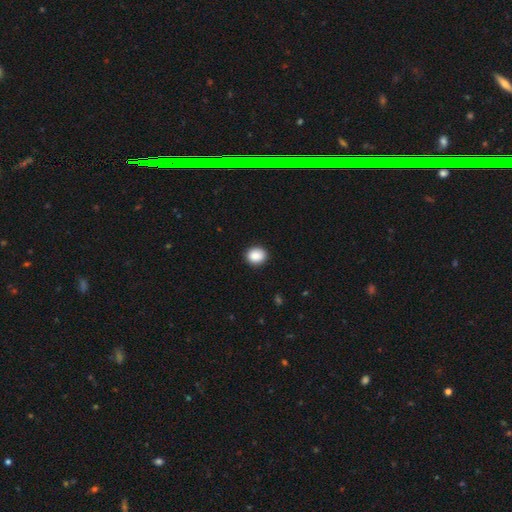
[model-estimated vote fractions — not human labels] A smooth galaxy with no disk features (89%) that is round (66%).

Vote fractions:
- Smooth or featured? smooth: 89% / star or artifact: 8% / featured or disk: 3%
- How rounded? round: 66% / in between: 33% / cigar-shaped: 1%
- Merging? none: 89% / minor disturbance: 8% / major disturbance: 2% / merger: 1%